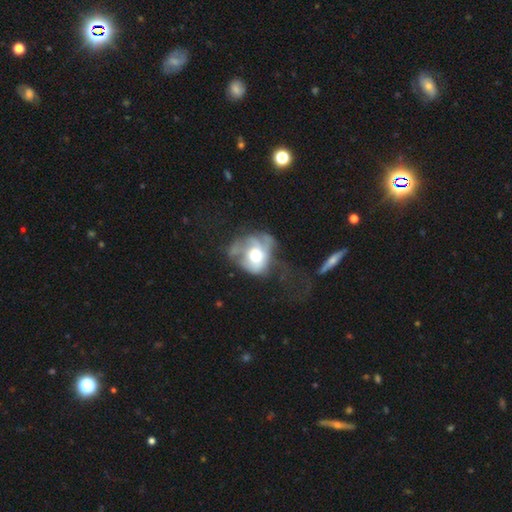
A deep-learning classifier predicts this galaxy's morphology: smooth-or-featured: featured or disk: 56% | smooth: 36% | star or artifact: 8%
  disk-edge-on: no: 96% | yes: 4%
    bar: no: 84% | weak: 13% | strong: 3%
    has-spiral-arms: no: 54% | yes: 46%
    bulge-size: moderate: 66% | large: 23% | small: 8% | dominant: 2% | none: 1%
  merging: major disturbance: 45% | none: 27% | minor disturbance: 22% | merger: 6%